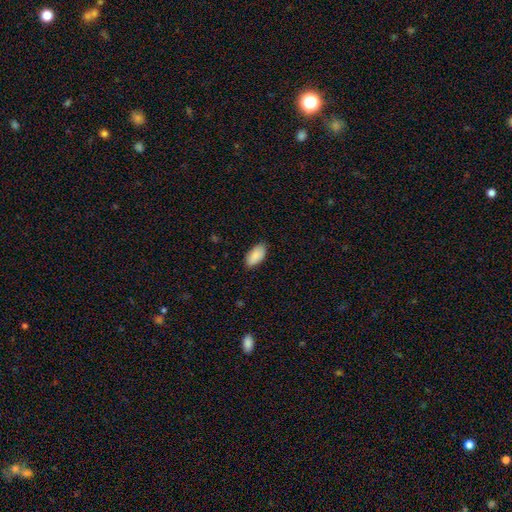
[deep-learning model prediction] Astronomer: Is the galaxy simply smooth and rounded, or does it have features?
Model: smooth — 90%.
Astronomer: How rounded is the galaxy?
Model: in between — 94%.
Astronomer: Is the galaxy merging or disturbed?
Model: none — 85%.